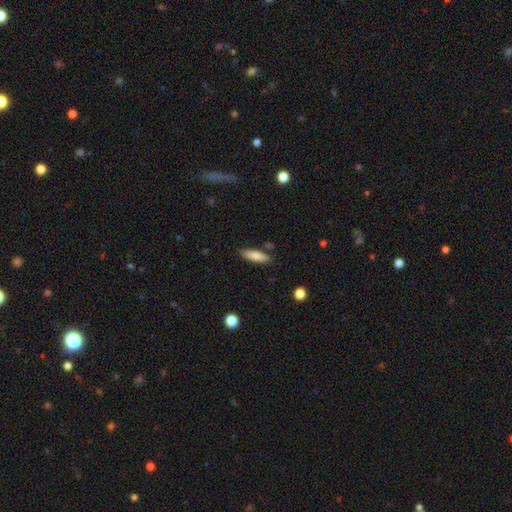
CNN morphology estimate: Q: Smooth or featured?
A: smooth (77%); runner-up: featured or disk (17%)
Q: How rounded?
A: cigar-shaped (55%); runner-up: in between (43%)
Q: Merging?
A: none (83%); runner-up: minor disturbance (11%)